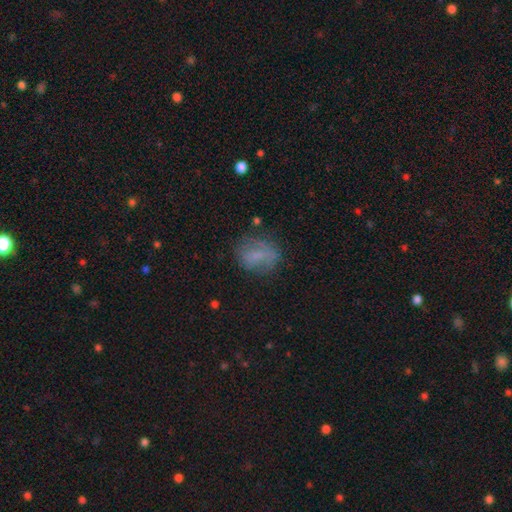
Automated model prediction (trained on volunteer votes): The model was most divided on "how rounded": in between: 57%, round: 40%, cigar-shaped: 3%. More confident: smooth or featured — smooth (60%); merging — none (59%).